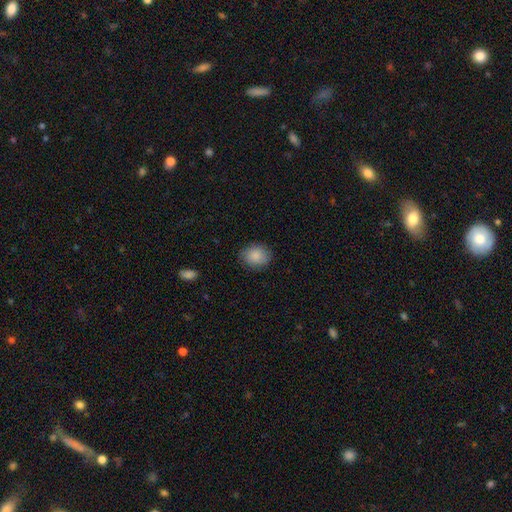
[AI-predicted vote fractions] Overall: smooth (87%). How rounded: round (54%; in between 45%). Merging: none (84%).